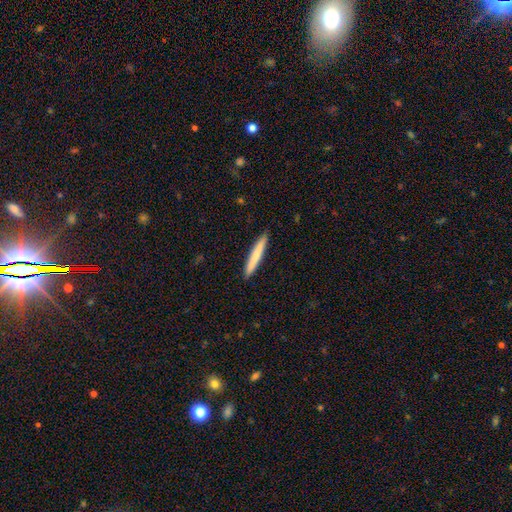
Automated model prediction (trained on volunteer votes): Morphology: type=smooth (75%); roundness=cigar-shaped (96%); merging=none (92%).